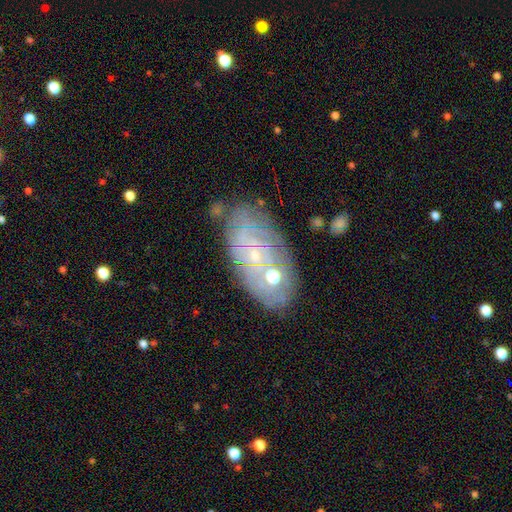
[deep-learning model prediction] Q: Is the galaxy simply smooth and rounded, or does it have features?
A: featured or disk — 66%.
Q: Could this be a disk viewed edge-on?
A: no — 92%.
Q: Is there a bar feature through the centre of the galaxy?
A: no — 83%.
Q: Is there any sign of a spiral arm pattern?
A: yes — 65%.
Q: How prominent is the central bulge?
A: small — 77%.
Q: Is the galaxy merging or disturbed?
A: none — 65%.